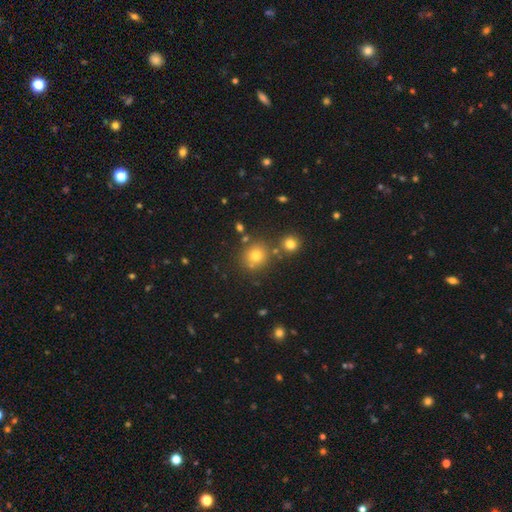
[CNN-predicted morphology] type=smooth (73%); roundness=round (85%); merging=none (75%).